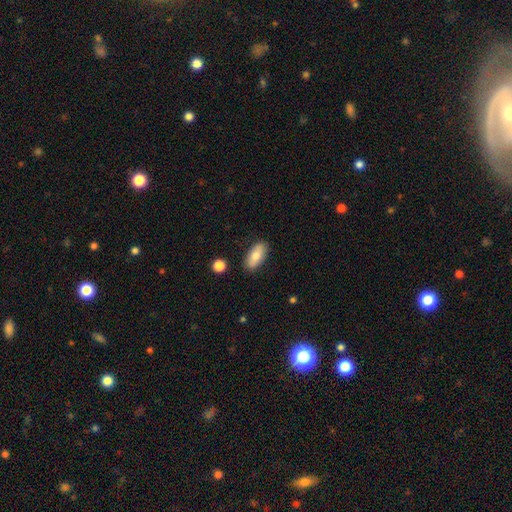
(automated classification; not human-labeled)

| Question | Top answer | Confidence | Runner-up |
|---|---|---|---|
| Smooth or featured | smooth | 77% | featured or disk (17%) |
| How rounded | in between | 89% | cigar-shaped (9%) |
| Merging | none | 86% | minor disturbance (10%) |